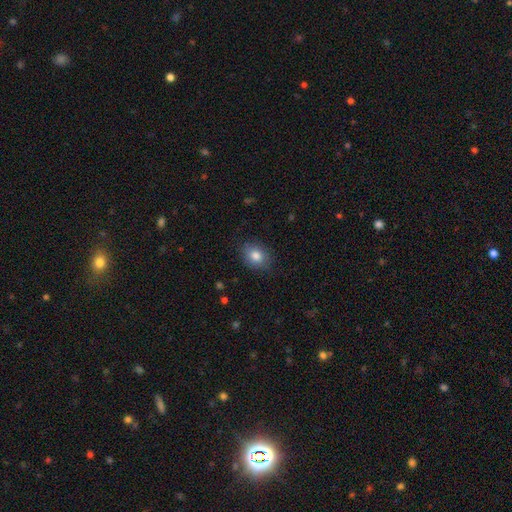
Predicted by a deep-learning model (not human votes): The model was most divided on "how rounded": in between: 60%, round: 39%, cigar-shaped: 1%. More confident: smooth or featured — smooth (83%); merging — none (83%).